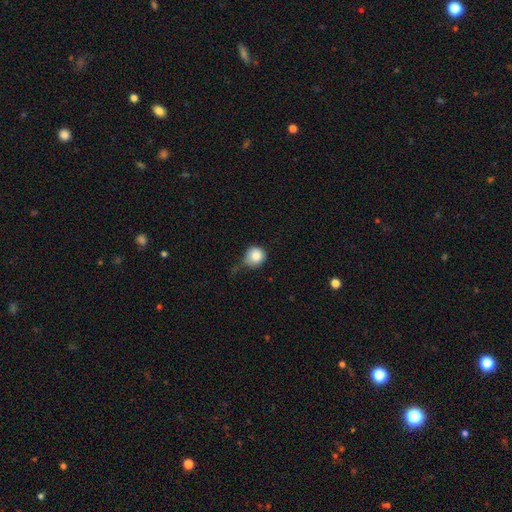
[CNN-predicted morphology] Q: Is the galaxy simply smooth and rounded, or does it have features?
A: smooth — 85%.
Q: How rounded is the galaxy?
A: round — 90%.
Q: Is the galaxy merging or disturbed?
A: none — 46%.